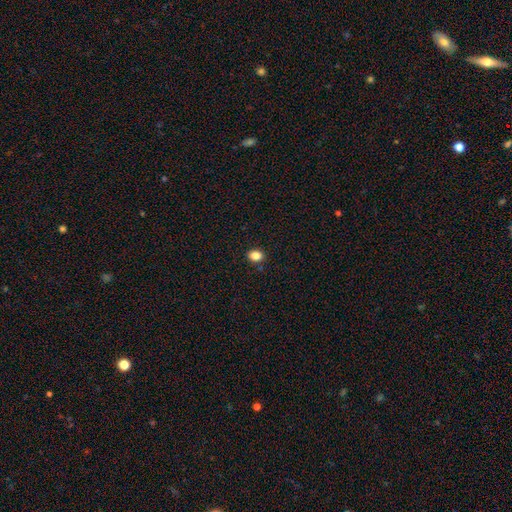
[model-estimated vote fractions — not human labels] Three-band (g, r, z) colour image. It shows a smooth galaxy with no disk features (85%) that is in between round and cigar-shaped (63%). Merging: none (88%).